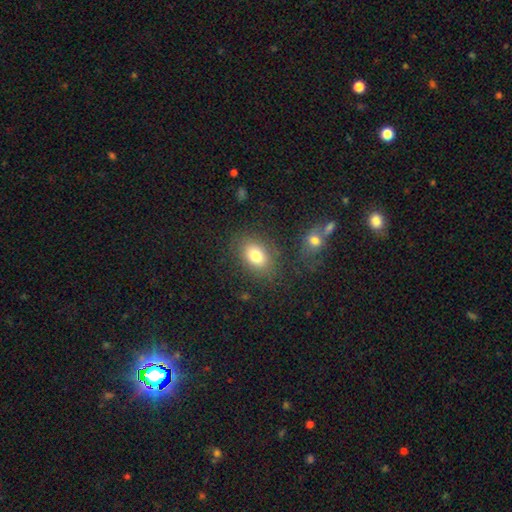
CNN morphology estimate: Smooth or featured? smooth (79%)
How rounded? in between (77%)
Merging? none (79%)